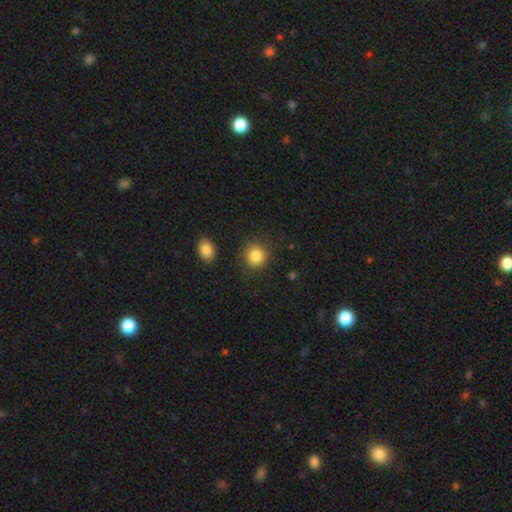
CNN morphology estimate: The model was most divided on "how rounded": round: 87%, in between: 12%, cigar-shaped: 1%. More confident: merging — none (86%); smooth or featured — smooth (85%).